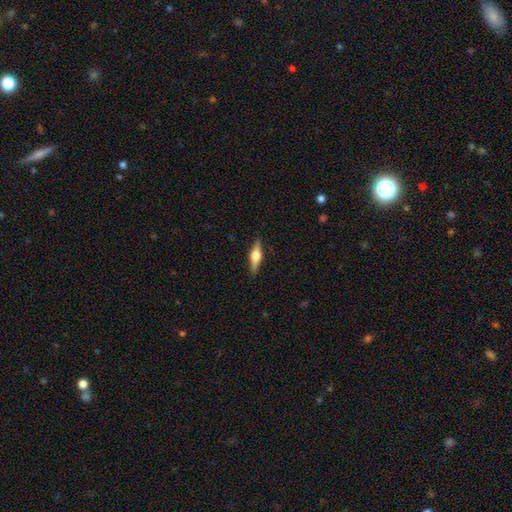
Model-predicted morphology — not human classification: smooth-or-featured: featured or disk: 63% | smooth: 31% | star or artifact: 6%
  disk-edge-on: yes: 96% | no: 4%
    edge-on-bulge: rounded: 94% | boxy: 4% | none: 2%
  merging: none: 89% | minor disturbance: 8% | major disturbance: 2% | merger: 1%